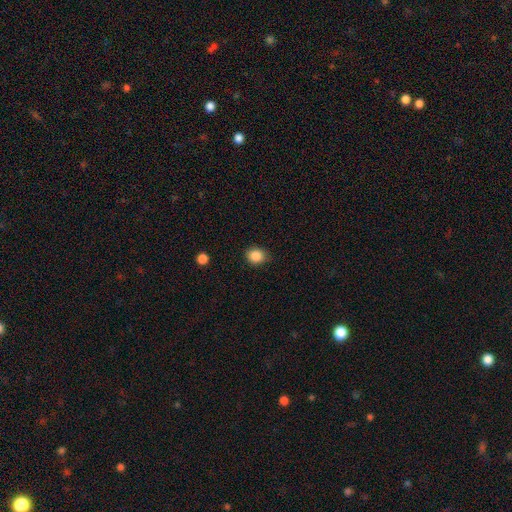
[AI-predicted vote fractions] A smooth galaxy with no disk features (86%) that is round (75%).

Vote fractions:
- Smooth or featured? smooth: 86% / star or artifact: 10% / featured or disk: 4%
- How rounded? round: 75% / in between: 24% / cigar-shaped: 1%
- Merging? none: 85% / minor disturbance: 11% / major disturbance: 2% / merger: 1%